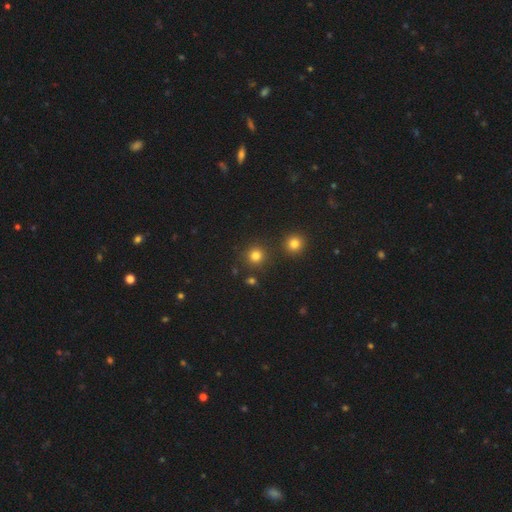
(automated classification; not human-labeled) Smooth or featured? Predicted: smooth (p=0.79). How rounded? Predicted: round (p=0.93). Merging? Predicted: none (p=0.87).